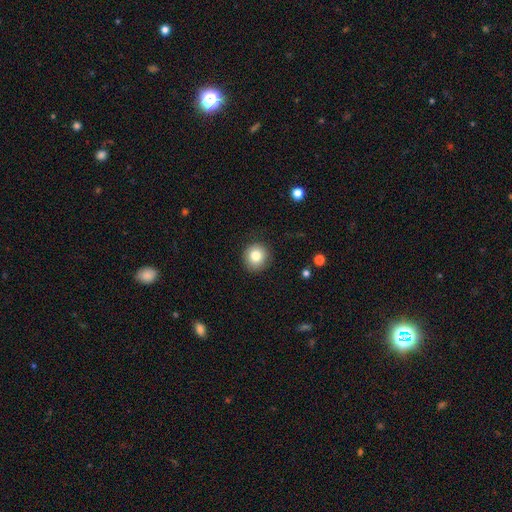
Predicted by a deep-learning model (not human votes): Smooth or featured: smooth — 82% (star or artifact — 9%)
How rounded: round — 91% (in between — 8%)
Merging: none — 88% (minor disturbance — 8%)